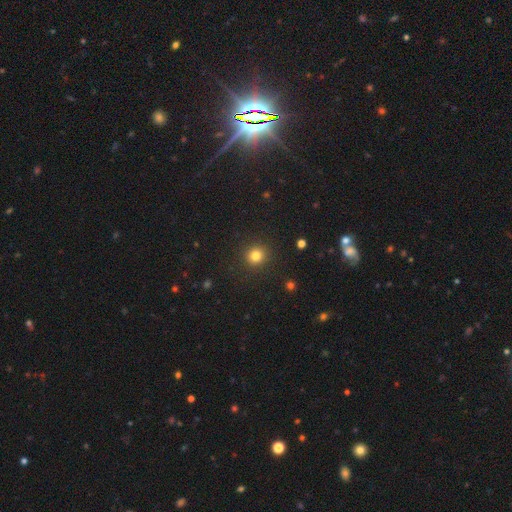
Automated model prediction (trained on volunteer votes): The model was most divided on "smooth or featured": smooth: 81%, star or artifact: 14%, featured or disk: 6%. More confident: merging — none (91%); how rounded — round (91%).